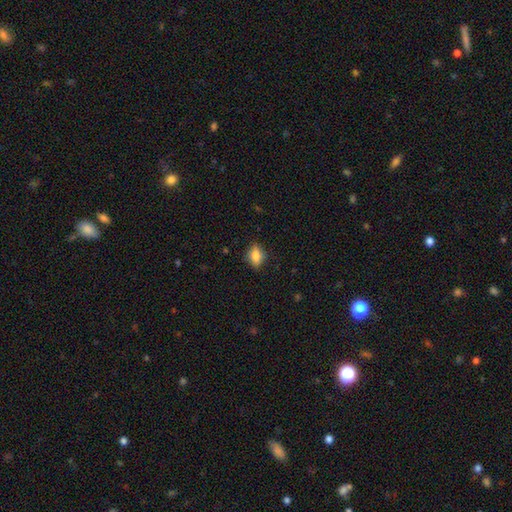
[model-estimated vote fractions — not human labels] The model was most divided on "how rounded": in between: 68%, round: 27%, cigar-shaped: 5%. More confident: merging — none (81%); smooth or featured — smooth (76%).